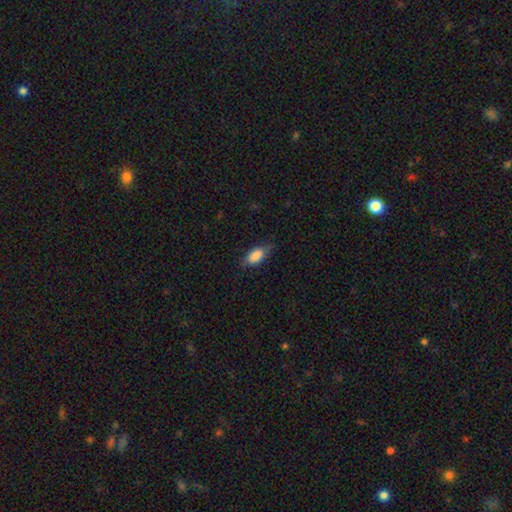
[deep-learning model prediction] A smooth galaxy with no disk features (84%) that is in between round and cigar-shaped (87%).

Vote fractions:
- Smooth or featured? smooth: 84% / featured or disk: 9% / star or artifact: 7%
- How rounded? in between: 87% / cigar-shaped: 9% / round: 4%
- Merging? none: 69% / minor disturbance: 24% / major disturbance: 6% / merger: 1%